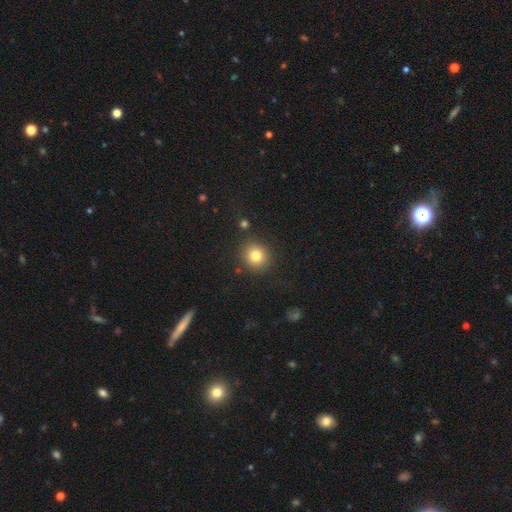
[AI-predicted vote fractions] Overall: smooth (81%). How rounded: round (89%). Merging: none (87%).